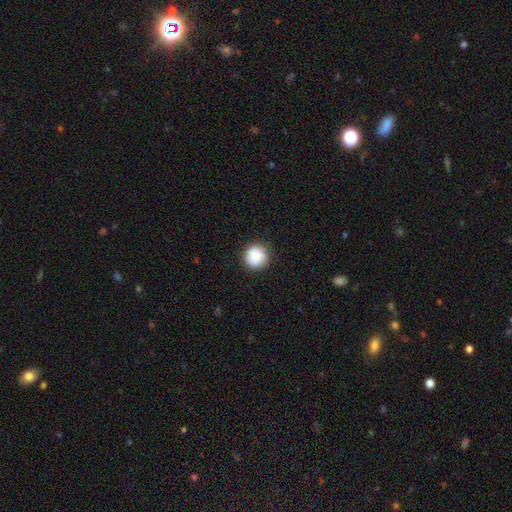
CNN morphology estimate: Overall: smooth (83%). How rounded: round (95%). Merging: none (88%).